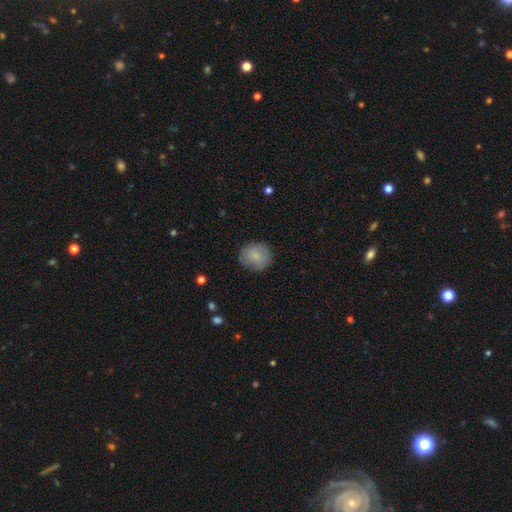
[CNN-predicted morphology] Q: Smooth or featured?
A: smooth (82%); runner-up: featured or disk (11%)
Q: How rounded?
A: round (84%); runner-up: in between (15%)
Q: Merging?
A: none (82%); runner-up: minor disturbance (13%)